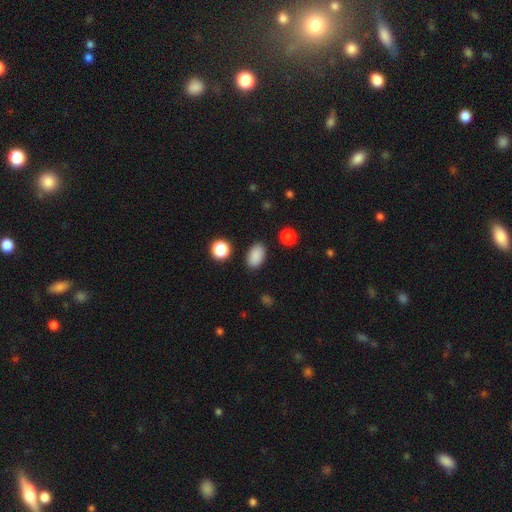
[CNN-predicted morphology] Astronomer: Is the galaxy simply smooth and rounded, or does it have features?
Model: smooth — 88%.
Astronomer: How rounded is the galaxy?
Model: in between — 91%.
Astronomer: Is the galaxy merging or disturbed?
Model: none — 88%.